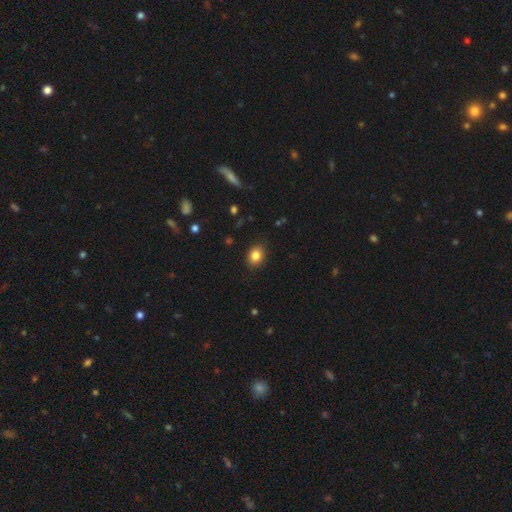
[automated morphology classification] Smooth or featured?
  - smooth: 84% *
  - star or artifact: 10%
  - featured or disk: 6%
How rounded?
  - round: 51% *
  - in between: 48%
  - cigar-shaped: 1%
Merging?
  - none: 87% *
  - minor disturbance: 10%
  - major disturbance: 2%
  - merger: 1%